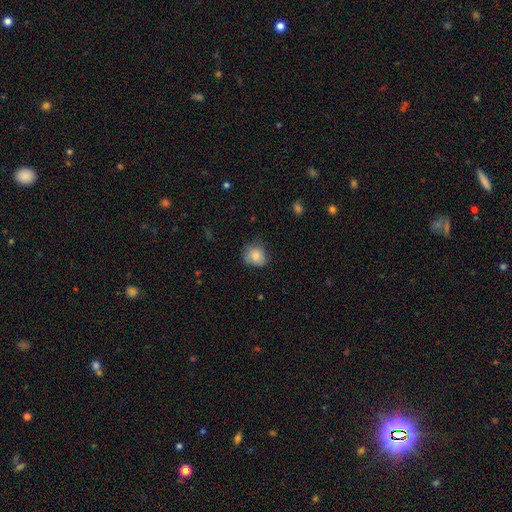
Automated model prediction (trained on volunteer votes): A smooth galaxy with no disk features (83%) that is round (71%).

Vote fractions:
- Smooth or featured? smooth: 83% / star or artifact: 9% / featured or disk: 8%
- How rounded? round: 71% / in between: 28% / cigar-shaped: 1%
- Merging? none: 66% / minor disturbance: 27% / major disturbance: 6% / merger: 1%